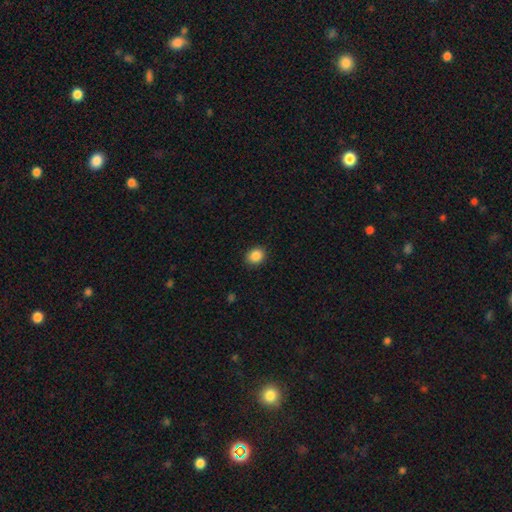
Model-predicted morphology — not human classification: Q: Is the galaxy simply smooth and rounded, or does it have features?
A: smooth — 88%.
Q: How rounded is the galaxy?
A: round — 55%.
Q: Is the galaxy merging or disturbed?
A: none — 90%.